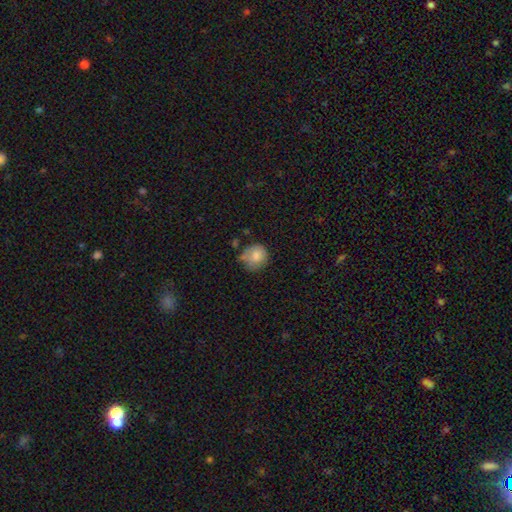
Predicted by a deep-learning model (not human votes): smooth_or_featured: smooth (p=0.81) [alt: featured or disk p=0.11]
how_rounded: round (p=0.83) [alt: in between p=0.16]
merging: none (p=0.52) [alt: minor disturbance p=0.32]